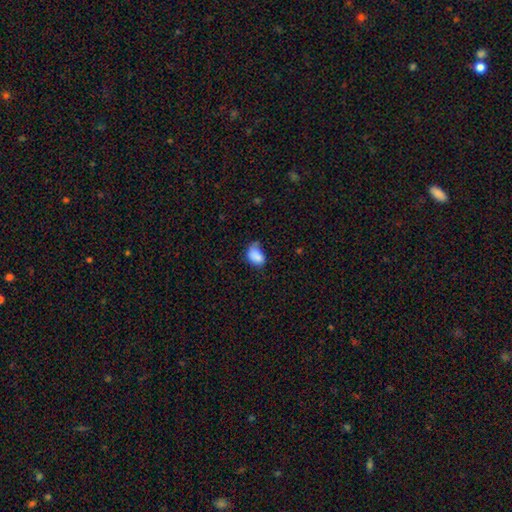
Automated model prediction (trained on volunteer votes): A smooth galaxy with no disk features (84%) that is in between round and cigar-shaped (85%).

Vote fractions:
- Smooth or featured? smooth: 84% / star or artifact: 8% / featured or disk: 8%
- How rounded? in between: 85% / round: 14% / cigar-shaped: 1%
- Merging? none: 39% / minor disturbance: 38% / major disturbance: 17% / merger: 6%